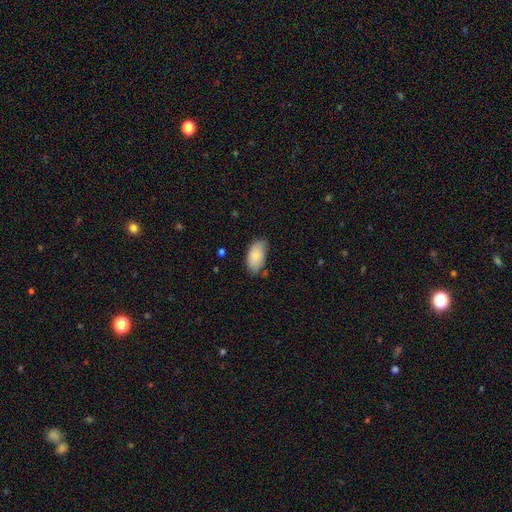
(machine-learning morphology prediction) The model was most divided on "merging": none: 68%, minor disturbance: 25%, major disturbance: 4%, merger: 2%. More confident: how rounded — in between (95%); smooth or featured — smooth (84%).